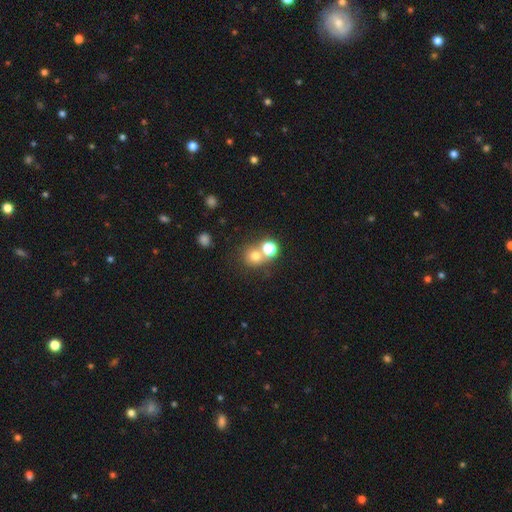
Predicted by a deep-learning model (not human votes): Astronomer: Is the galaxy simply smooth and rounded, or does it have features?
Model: smooth — 72%.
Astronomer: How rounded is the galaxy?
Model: round — 84%.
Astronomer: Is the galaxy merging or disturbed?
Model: none — 50% (runner-up: merger, 39%).